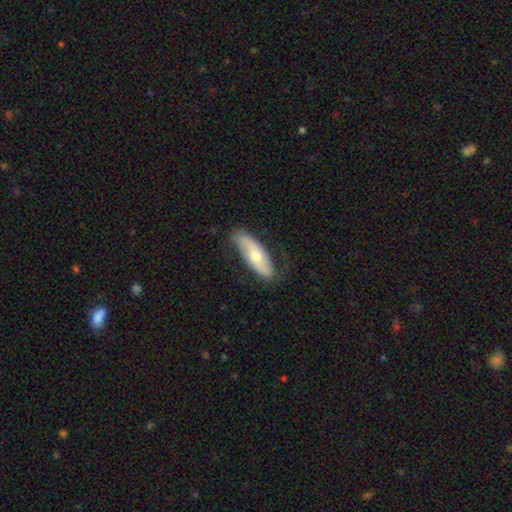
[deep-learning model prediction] Q: Smooth or featured?
A: smooth (50%); runner-up: featured or disk (45%)
Q: Merging?
A: none (73%); runner-up: minor disturbance (21%)